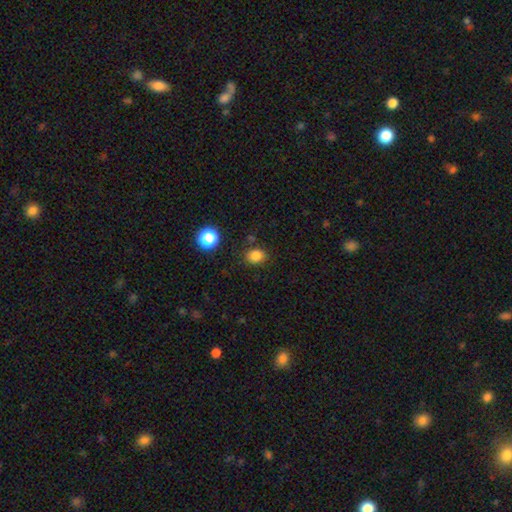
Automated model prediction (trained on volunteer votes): A smooth galaxy with no disk features (83%) that is round (58%).

Vote fractions:
- Smooth or featured? smooth: 83% / star or artifact: 13% / featured or disk: 5%
- How rounded? round: 58% / in between: 41% / cigar-shaped: 1%
- Merging? none: 82% / minor disturbance: 11% / merger: 4% / major disturbance: 3%